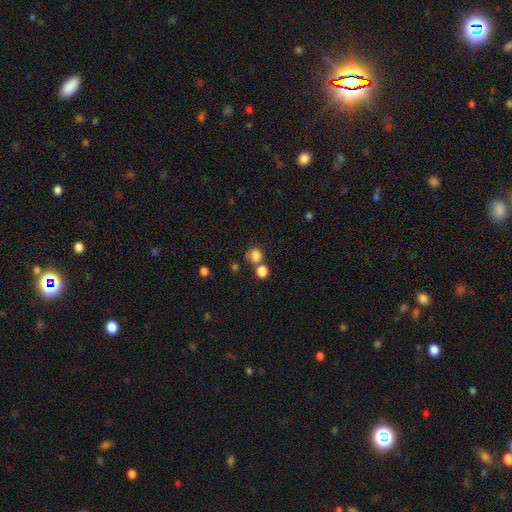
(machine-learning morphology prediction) type=smooth (80%); roundness=round (78%); merging=none (56%).